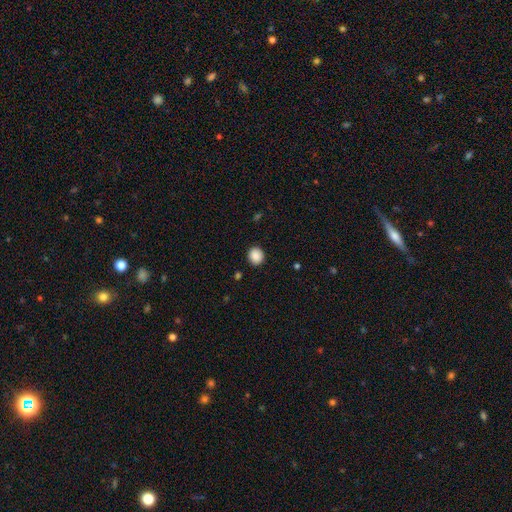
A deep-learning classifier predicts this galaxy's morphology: This appears to be a smooth galaxy with no disk features (89%) that is round (82%). Merging: none (90%).